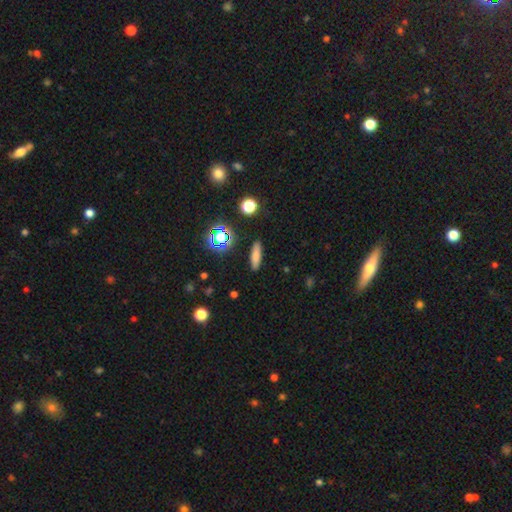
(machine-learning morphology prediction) This appears to be a smooth galaxy with no disk features (76%) that is cigar-shaped (64%). Merging: none (89%).